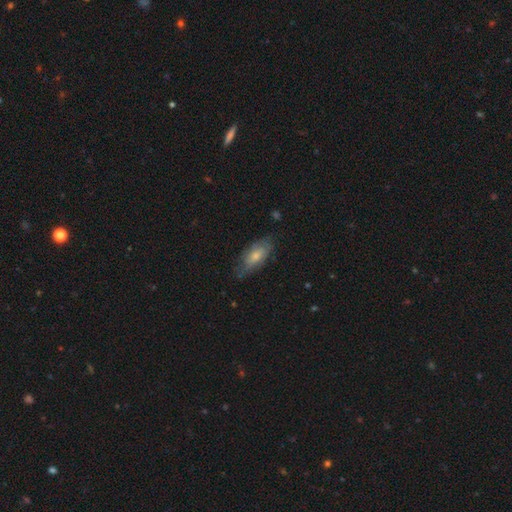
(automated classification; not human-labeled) smooth 58%, featured or disk 35%, star or artifact 7%. Down the decision tree: how rounded — in between (82%); merging — none (65%).